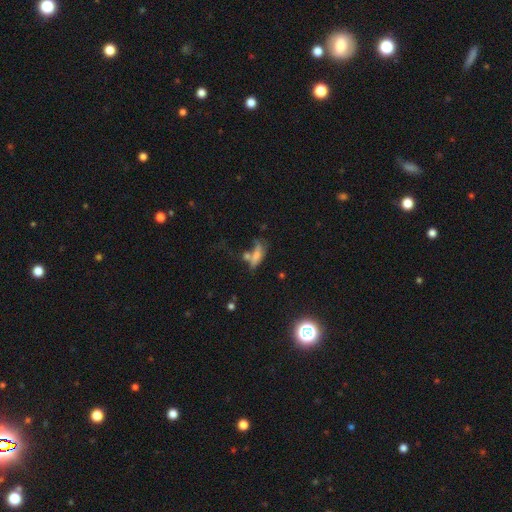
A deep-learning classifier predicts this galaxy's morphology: A smooth galaxy with no disk features (58%) that is in between round and cigar-shaped (53%). Merging: none (36%).